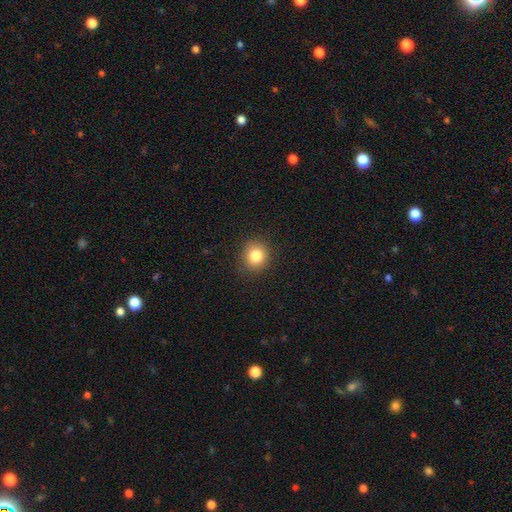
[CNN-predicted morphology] Smooth or featured: smooth — 83% (star or artifact — 11%)
How rounded: round — 81% (in between — 18%)
Merging: none — 88% (minor disturbance — 8%)